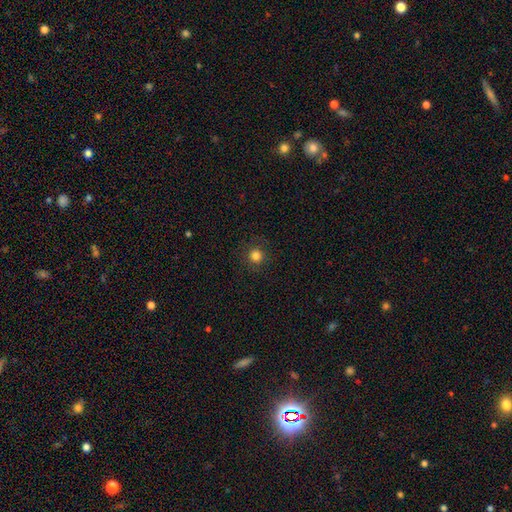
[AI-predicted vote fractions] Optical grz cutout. It shows a smooth galaxy with no disk features (82%) that is round (95%). Merging: none (89%).